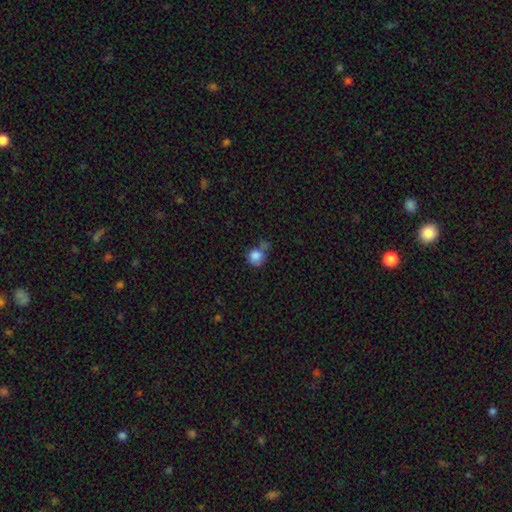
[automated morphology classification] smooth-or-featured: smooth: 83% | star or artifact: 10% | featured or disk: 7%
  how-rounded: round: 82% | in between: 17% | cigar-shaped: 1%
  merging: none: 41% | minor disturbance: 26% | merger: 18% | major disturbance: 15%